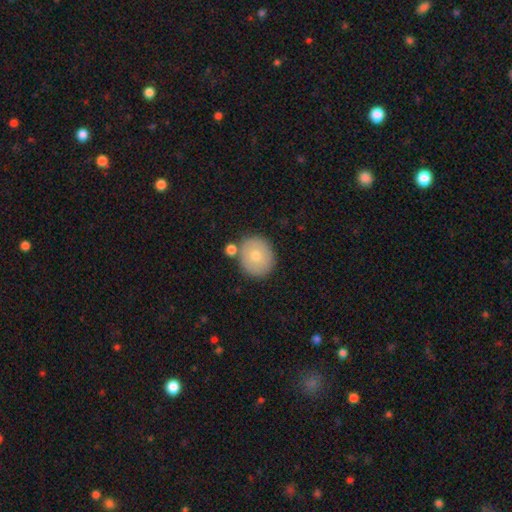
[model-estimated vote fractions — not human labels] smooth-or-featured: smooth: 72% | featured or disk: 20% | star or artifact: 8%
  how-rounded: round: 81% | in between: 18% | cigar-shaped: 1%
  merging: none: 76% | minor disturbance: 11% | merger: 10% | major disturbance: 3%